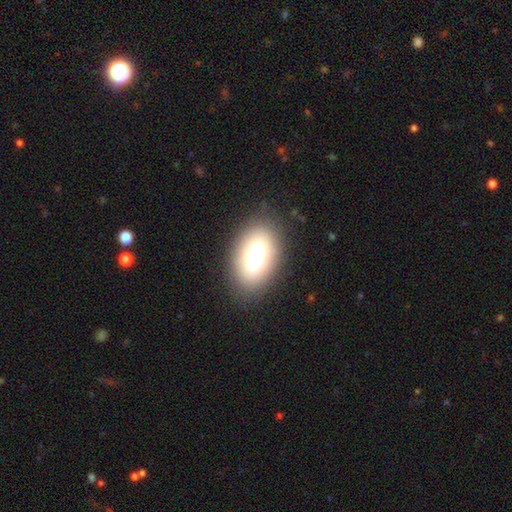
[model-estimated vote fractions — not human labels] This appears to be a smooth galaxy with no disk features (77%) that is in between round and cigar-shaped (87%). Merging: none (83%).